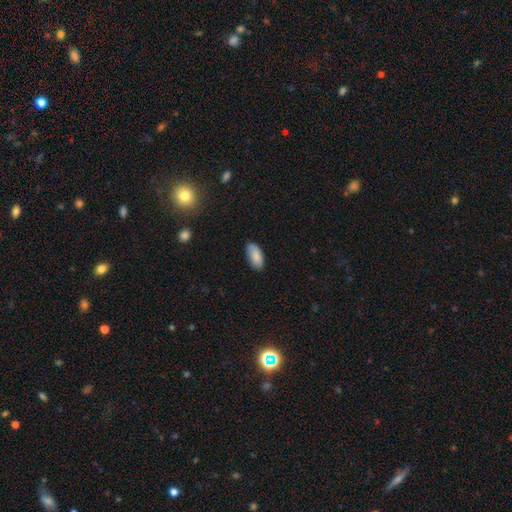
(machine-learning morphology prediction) This is clearly a smooth galaxy (87%). How rounded: clearly in between (93%). Merging: clearly none (82%).